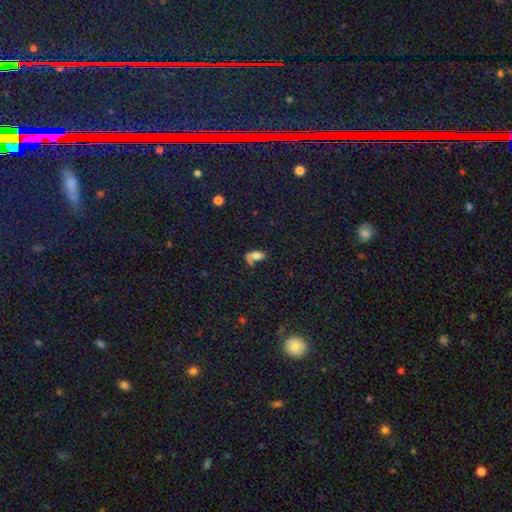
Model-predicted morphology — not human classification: Smooth or featured: smooth — 65% (featured or disk — 21%)
How rounded: in between — 85% (cigar-shaped — 8%)
Merging: none — 36% (major disturbance — 24%)